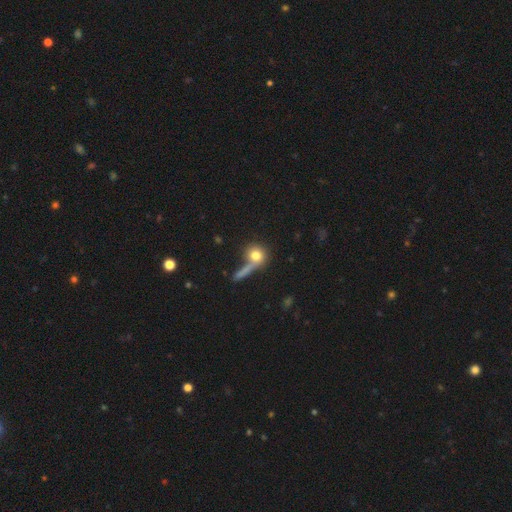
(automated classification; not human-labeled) A smooth galaxy with no disk features (76%) that is round (84%).

Vote fractions:
- Smooth or featured? smooth: 76% / featured or disk: 15% / star or artifact: 10%
- How rounded? round: 84% / in between: 12% / cigar-shaped: 4%
- Merging? none: 46% / merger: 27% / major disturbance: 15% / minor disturbance: 12%